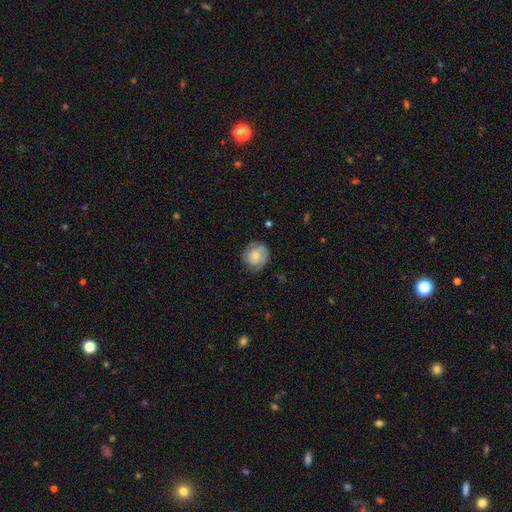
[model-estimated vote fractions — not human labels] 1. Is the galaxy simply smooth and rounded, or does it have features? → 64% smooth, 29% featured or disk, 7% star or artifact.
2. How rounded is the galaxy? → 83% round, 16% in between, 1% cigar-shaped.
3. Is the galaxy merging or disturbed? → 69% none, 23% minor disturbance, 6% major disturbance, 1% merger.